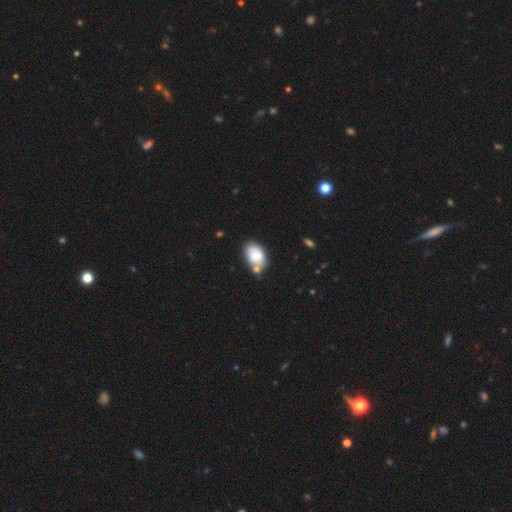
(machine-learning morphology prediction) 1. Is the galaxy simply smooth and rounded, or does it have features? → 74% smooth, 18% featured or disk, 8% star or artifact.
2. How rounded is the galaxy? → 85% in between, 14% round, 1% cigar-shaped.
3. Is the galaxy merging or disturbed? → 51% none, 23% minor disturbance, 20% merger, 6% major disturbance.